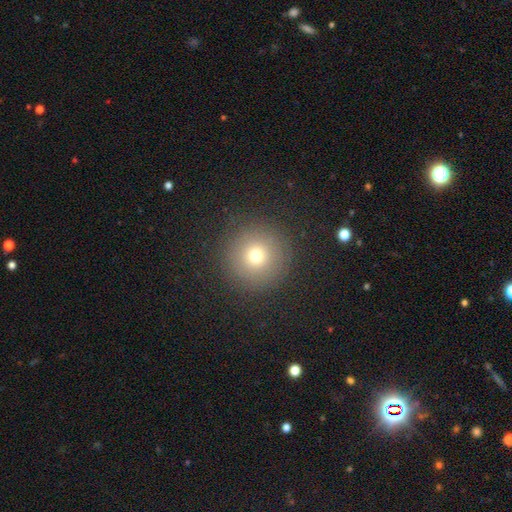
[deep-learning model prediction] Morphology: type=smooth (71%); roundness=round (96%); merging=none (89%).